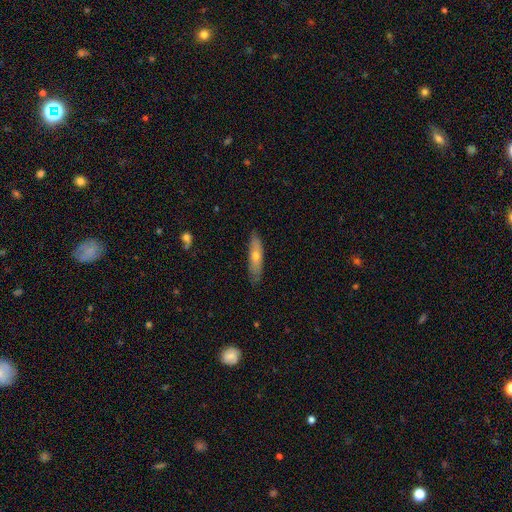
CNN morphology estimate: A smooth galaxy with no disk features (55%) that is cigar-shaped (77%).

Vote fractions:
- Smooth or featured? smooth: 55% / featured or disk: 39% / star or artifact: 7%
- How rounded? cigar-shaped: 77% / in between: 21% / round: 2%
- Merging? none: 84% / minor disturbance: 13% / major disturbance: 2% / merger: 1%